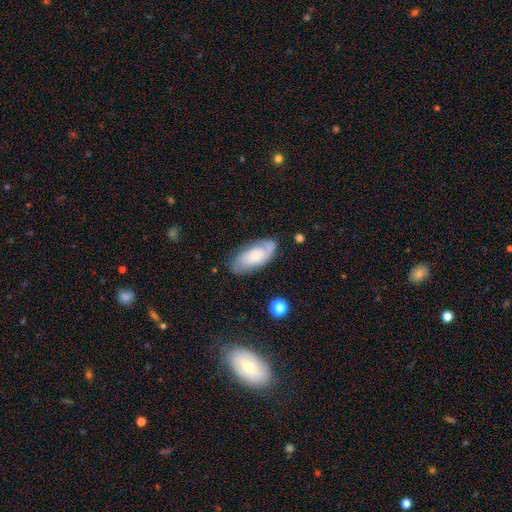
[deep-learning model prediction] Q: Smooth or featured?
A: featured or disk (55%); runner-up: smooth (38%)
Q: Edge-on disk?
A: no (92%); runner-up: yes (8%)
Q: Bar?
A: no (70%); runner-up: weak (25%)
Q: Spiral arms?
A: yes (86%); runner-up: no (14%)
Q: Bulge size?
A: small (47%); runner-up: moderate (31%)
Q: Merging?
A: none (72%); runner-up: minor disturbance (19%)